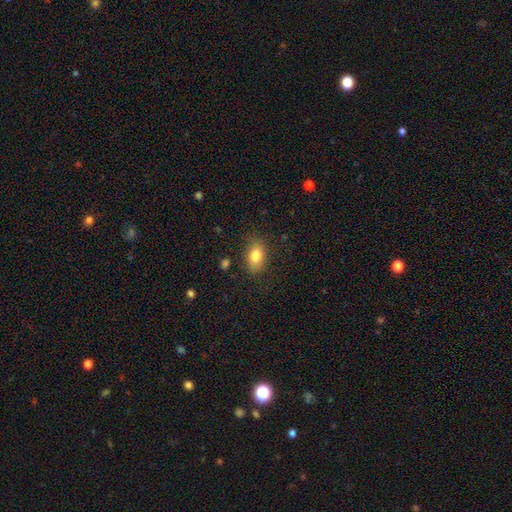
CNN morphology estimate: type=smooth (81%); roundness=in between (84%); merging=none (82%).